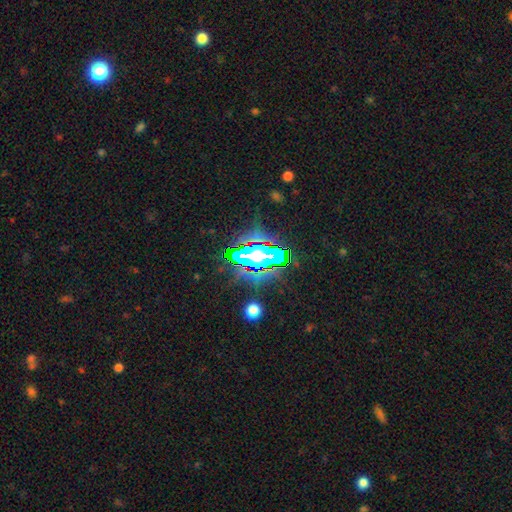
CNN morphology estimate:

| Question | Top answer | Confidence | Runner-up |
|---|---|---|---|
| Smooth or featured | star or artifact | 64% | smooth (19%) |